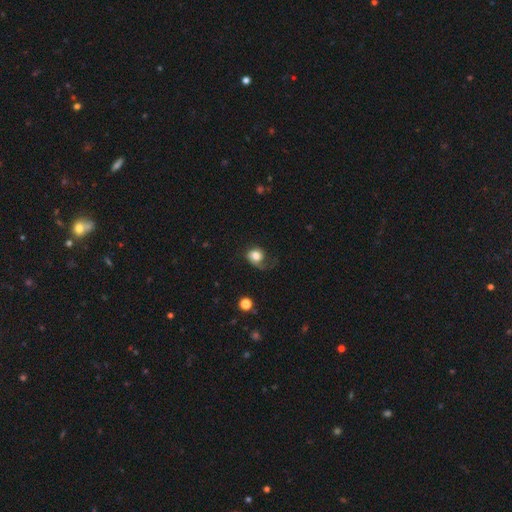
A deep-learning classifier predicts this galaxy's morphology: Smooth or featured? smooth (64%)
How rounded? round (66%)
Merging? major disturbance (36%, tied with none)